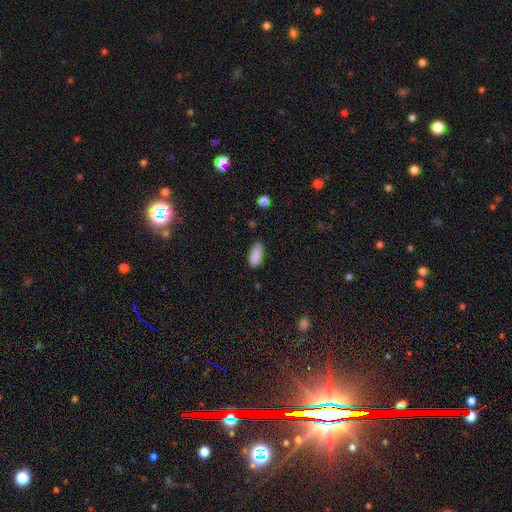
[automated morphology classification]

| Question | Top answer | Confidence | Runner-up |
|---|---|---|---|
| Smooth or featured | smooth | 89% | star or artifact (7%) |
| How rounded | in between | 86% | cigar-shaped (11%) |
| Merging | none | 77% | minor disturbance (18%) |